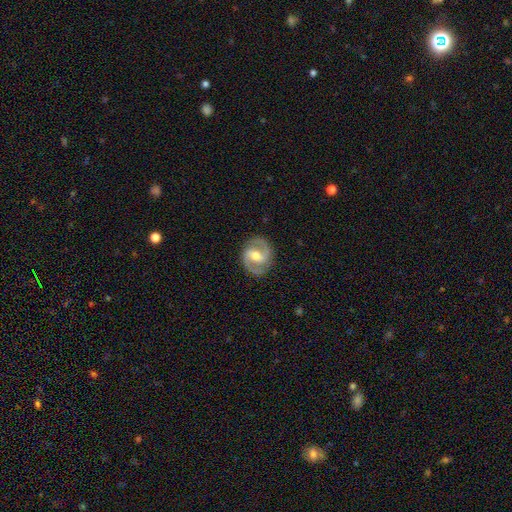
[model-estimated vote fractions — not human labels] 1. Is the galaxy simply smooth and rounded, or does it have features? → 88% featured or disk, 8% smooth, 4% star or artifact.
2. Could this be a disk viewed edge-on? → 98% no, 2% yes.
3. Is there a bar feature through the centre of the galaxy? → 48% weak, 31% strong, 21% no.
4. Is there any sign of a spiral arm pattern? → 96% yes, 4% no.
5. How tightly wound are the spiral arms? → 59% medium, 27% tight, 13% loose.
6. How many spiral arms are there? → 93% 2, 2% can't tell, 1% 1, 1% 3, 1% 4, 1% more than 4.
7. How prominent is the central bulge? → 70% moderate, 22% small, 6% large, 1% none, 1% dominant.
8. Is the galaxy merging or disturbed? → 87% none, 9% minor disturbance, 3% major disturbance, 1% merger.